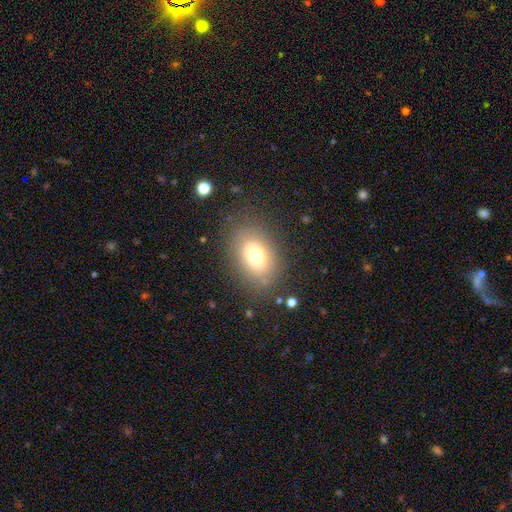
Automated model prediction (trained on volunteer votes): The model was most divided on "smooth or featured": smooth: 70%, featured or disk: 18%, star or artifact: 11%. More confident: merging — none (79%); how rounded — in between (77%).